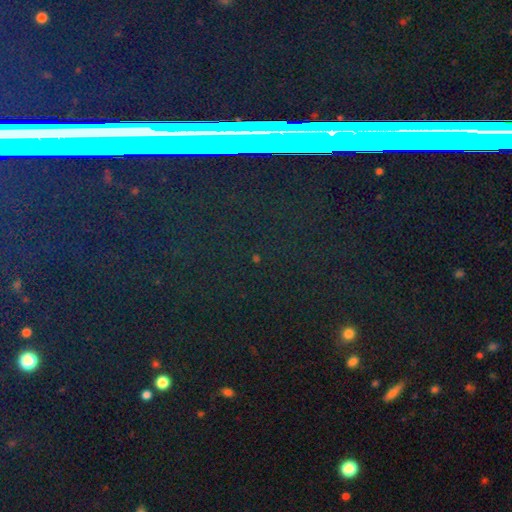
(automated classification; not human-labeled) A star or artifact, not a galaxy (79%).

Vote fractions:
- Smooth or featured? star or artifact: 79% / smooth: 11% / featured or disk: 10%